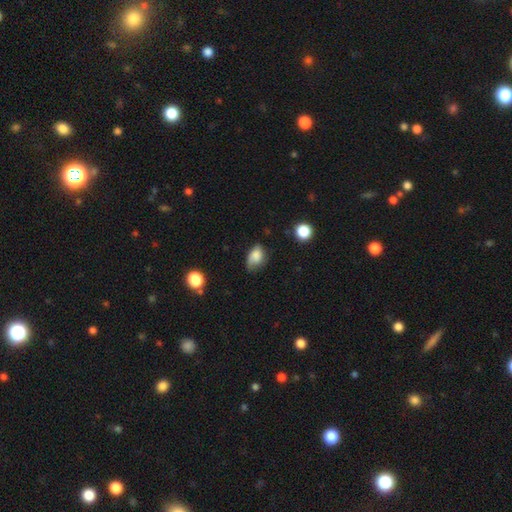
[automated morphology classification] smooth_or_featured: smooth (p=0.75) [alt: featured or disk p=0.15]
how_rounded: in between (p=0.81) [alt: round p=0.17]
merging: none (p=0.42) [alt: minor disturbance p=0.41]